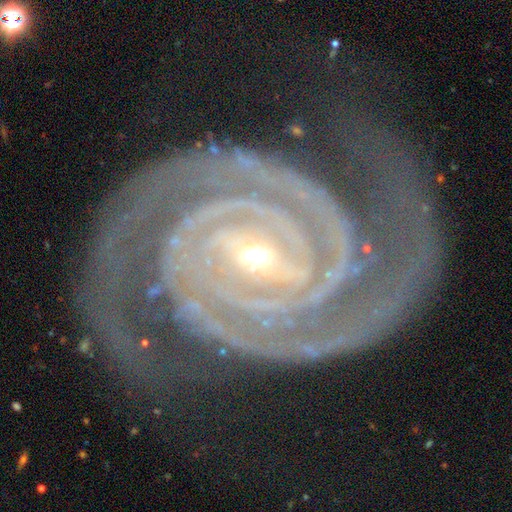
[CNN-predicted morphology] This appears to be a featured or disk galaxy (94%) with a strong bar (43%), 2 (83%) tight (85%) spiral arms (99%) and a small central bulge (73%). Merging: none (79%).